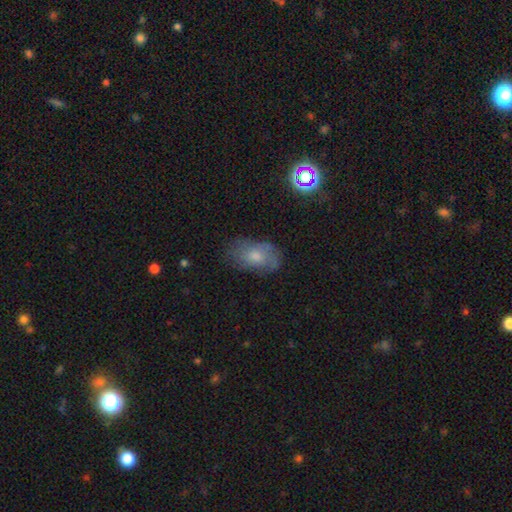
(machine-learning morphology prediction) Smooth or featured? smooth (51%)
How rounded? in between (87%)
Merging? none (66%)